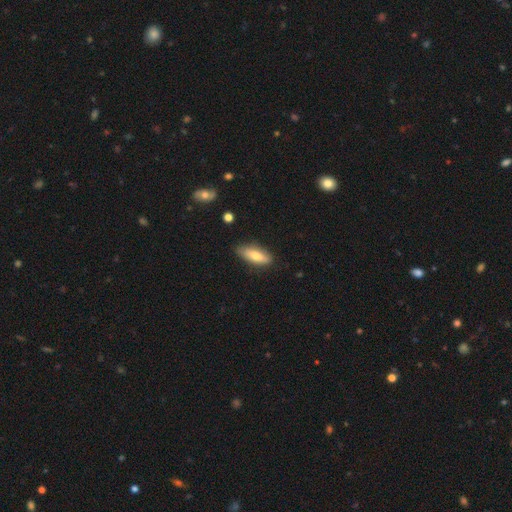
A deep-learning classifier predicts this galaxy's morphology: Smooth or featured? Predicted: smooth (p=0.75). How rounded? Predicted: in between (p=0.67). Merging? Predicted: none (p=0.81).